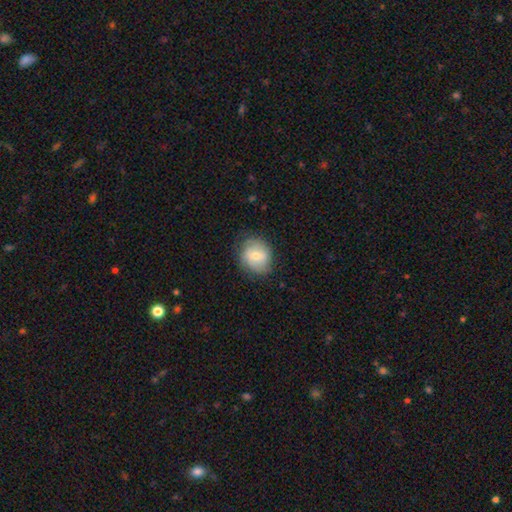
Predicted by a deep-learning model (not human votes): This is likely a smooth galaxy (62%). How rounded: likely round (69%). Merging: likely none (76%).